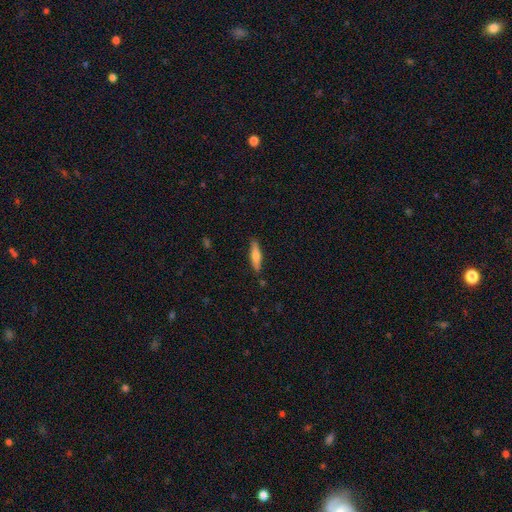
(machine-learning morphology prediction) type=smooth (62%); roundness=cigar-shaped (74%); merging=none (85%).